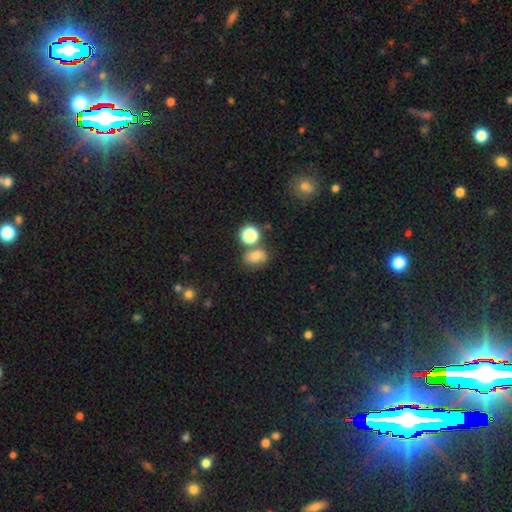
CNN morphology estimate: smooth 71%, star or artifact 18%, featured or disk 11%. Down the decision tree: how rounded — in between (59%); merging — none (57%).